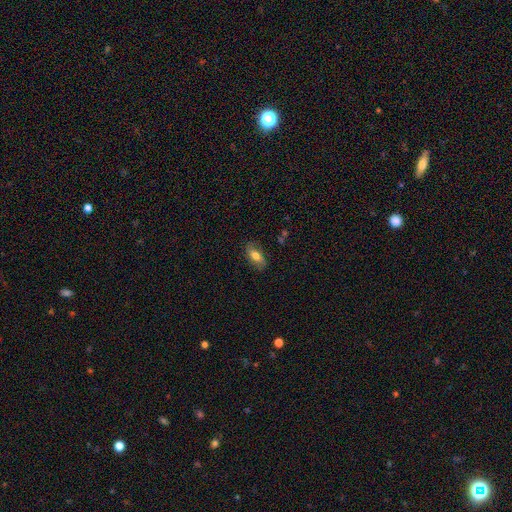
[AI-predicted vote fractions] smooth-or-featured: smooth: 69% | featured or disk: 24% | star or artifact: 7%
  how-rounded: in between: 86% | cigar-shaped: 9% | round: 5%
  merging: none: 80% | minor disturbance: 15% | major disturbance: 4% | merger: 1%